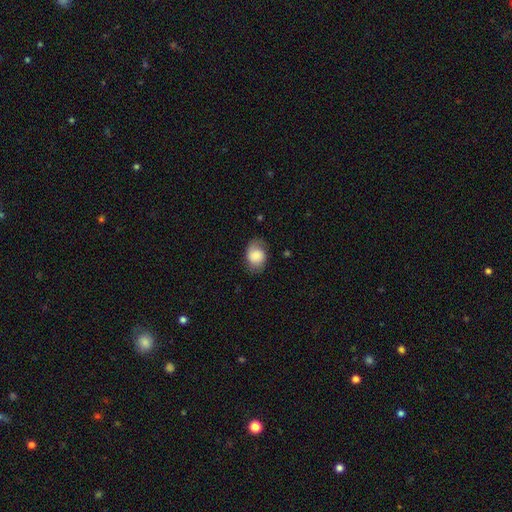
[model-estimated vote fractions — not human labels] Smooth or featured? Predicted: smooth (p=0.72). How rounded? Predicted: in between (p=0.66). Merging? Predicted: none (p=0.66).